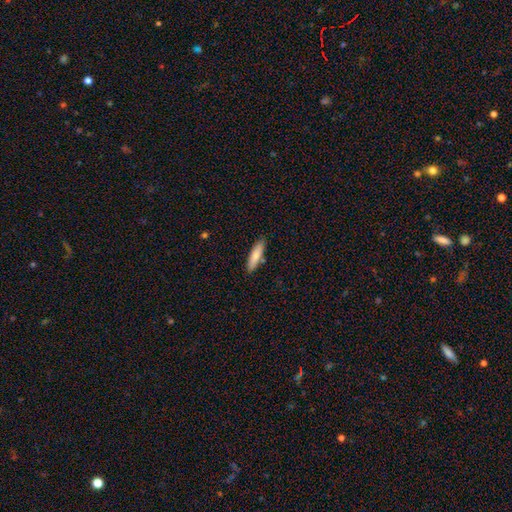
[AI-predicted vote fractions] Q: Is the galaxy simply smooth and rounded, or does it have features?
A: smooth — 78%.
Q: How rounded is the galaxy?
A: cigar-shaped — 65%.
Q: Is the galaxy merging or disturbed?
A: none — 83%.